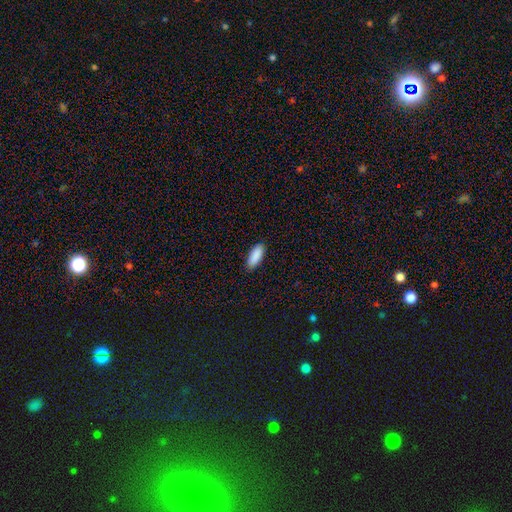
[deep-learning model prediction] This appears to be a smooth galaxy with no disk features (90%) that is in between round and cigar-shaped (74%). Merging: none (89%).